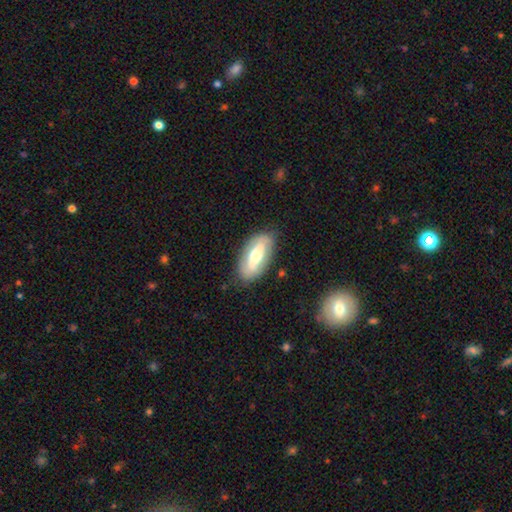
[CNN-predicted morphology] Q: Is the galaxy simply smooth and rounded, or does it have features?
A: featured or disk — 50%.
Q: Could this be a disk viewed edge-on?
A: no — 80%.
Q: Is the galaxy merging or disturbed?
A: none — 81%.